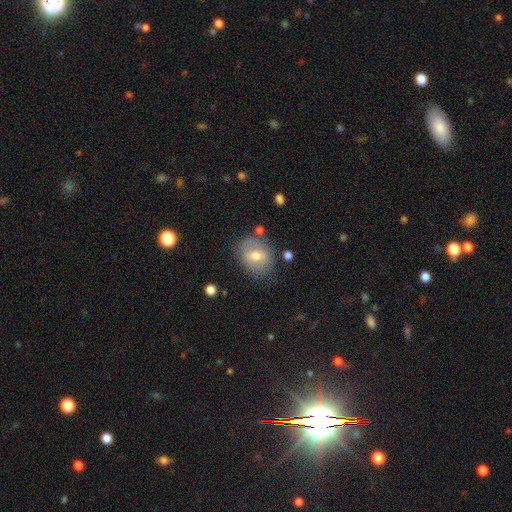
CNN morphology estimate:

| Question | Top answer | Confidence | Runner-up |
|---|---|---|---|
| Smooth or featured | smooth | 60% | featured or disk (32%) |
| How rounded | round | 52% | in between (47%) |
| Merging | none | 74% | minor disturbance (17%) |